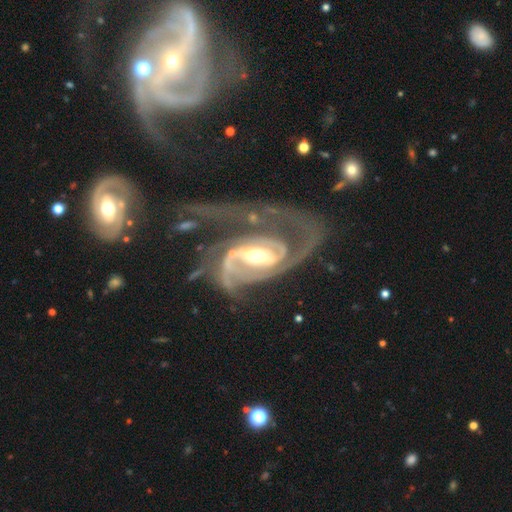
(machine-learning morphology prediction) smooth_or_featured: featured or disk (p=0.91) [alt: smooth p=0.04]
disk_edge_on: no (p=0.97) [alt: yes p=0.03]
bar: weak (p=0.39) [alt: strong p=0.37]
has_spiral_arms: yes (p=0.96) [alt: no p=0.04]
spiral_winding: medium (p=0.43) [alt: tight p=0.39]
spiral_arm_count: 2 (p=0.51) [alt: 3 p=0.15]
bulge_size: moderate (p=0.65) [alt: small p=0.22]
merging: major disturbance (p=0.47) [alt: none p=0.30]